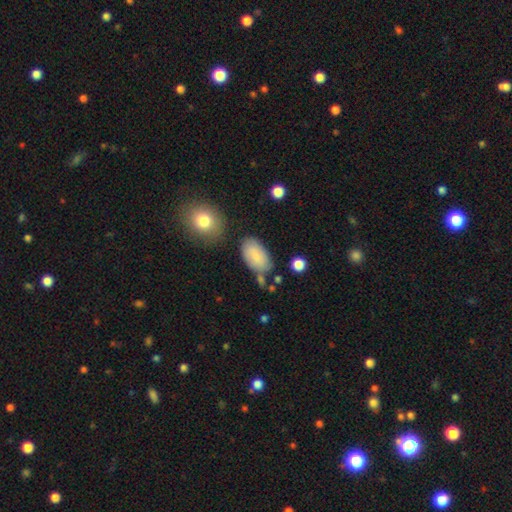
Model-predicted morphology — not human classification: A smooth galaxy with no disk features (83%) that is in between round and cigar-shaped (94%).

Vote fractions:
- Smooth or featured? smooth: 83% / featured or disk: 10% / star or artifact: 7%
- How rounded? in between: 94% / round: 4% / cigar-shaped: 2%
- Merging? none: 70% / minor disturbance: 18% / merger: 7% / major disturbance: 5%